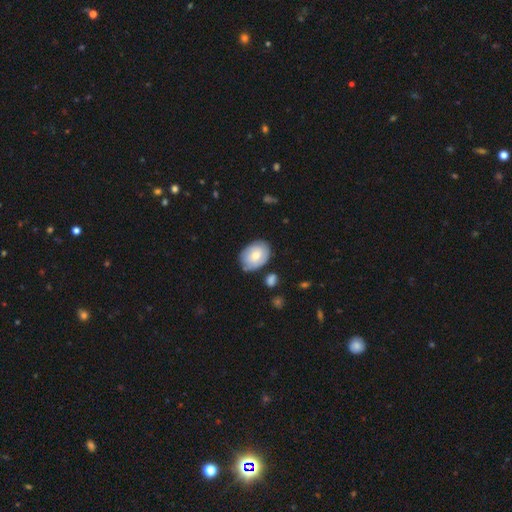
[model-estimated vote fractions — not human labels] Overall: smooth (59%; featured or disk 35%). How rounded: in between (70%). Merging: none (71%).